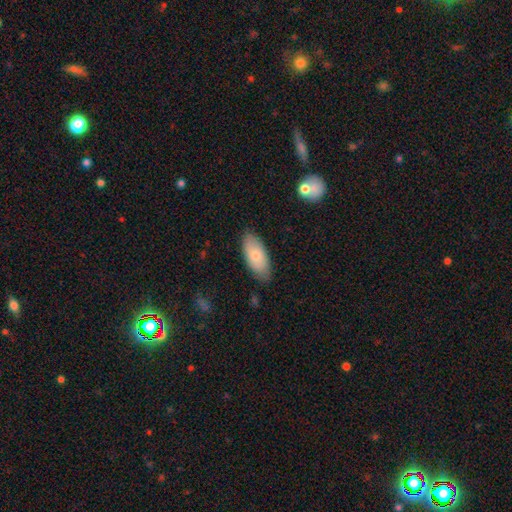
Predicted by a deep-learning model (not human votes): Smooth or featured: smooth — 74% (featured or disk — 20%)
How rounded: in between — 90% (cigar-shaped — 8%)
Merging: none — 81% (minor disturbance — 15%)